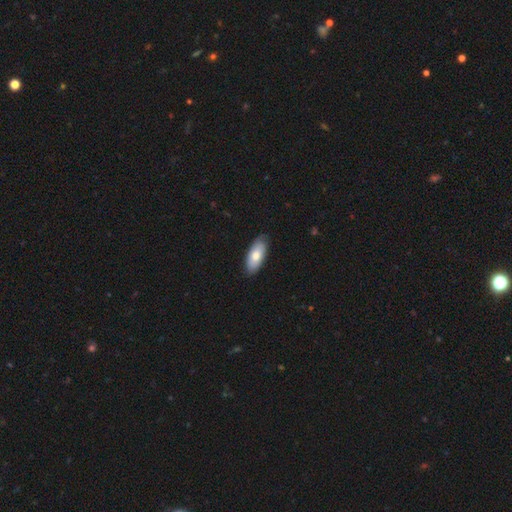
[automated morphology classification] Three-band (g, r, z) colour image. It shows a smooth galaxy with no disk features (74%) that is in between round and cigar-shaped (89%). Merging: none (85%).